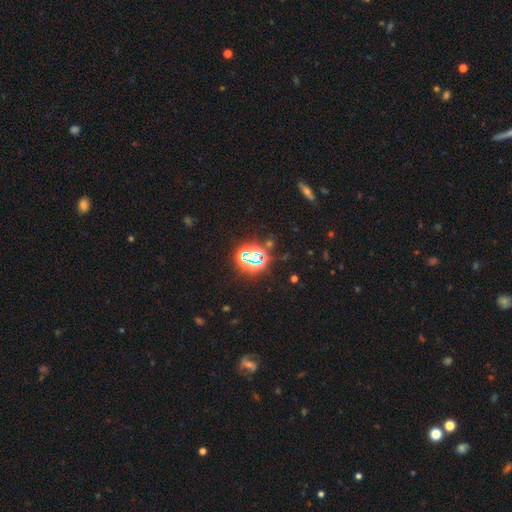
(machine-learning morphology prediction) smooth_or_featured: star or artifact (p=0.75) [alt: smooth p=0.16]